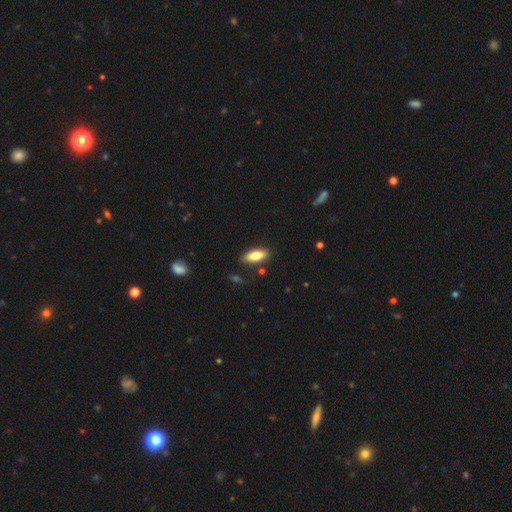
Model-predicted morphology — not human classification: Q: Smooth or featured?
A: smooth (80%); runner-up: featured or disk (14%)
Q: How rounded?
A: in between (75%); runner-up: cigar-shaped (23%)
Q: Merging?
A: none (84%); runner-up: minor disturbance (12%)